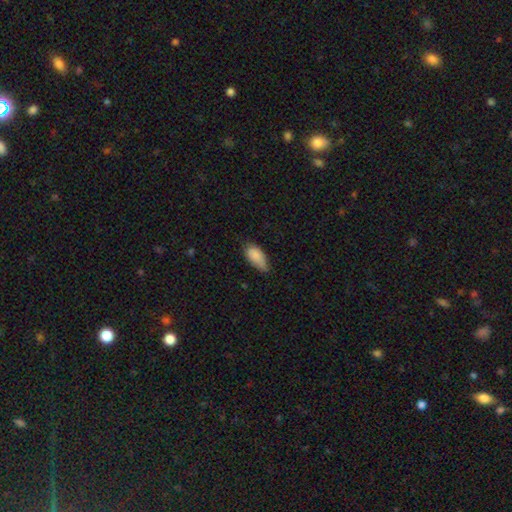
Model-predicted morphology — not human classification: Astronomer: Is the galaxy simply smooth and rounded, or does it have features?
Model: smooth — 86%.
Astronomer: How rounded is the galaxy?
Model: in between — 90%.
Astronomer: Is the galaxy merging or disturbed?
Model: none — 52% (runner-up: minor disturbance, 39%).